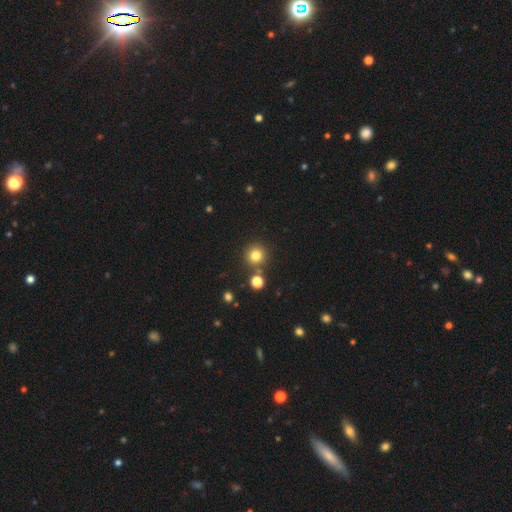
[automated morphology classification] The model was most divided on "smooth or featured": smooth: 79%, star or artifact: 14%, featured or disk: 6%. More confident: how rounded — round (94%); merging — none (80%).